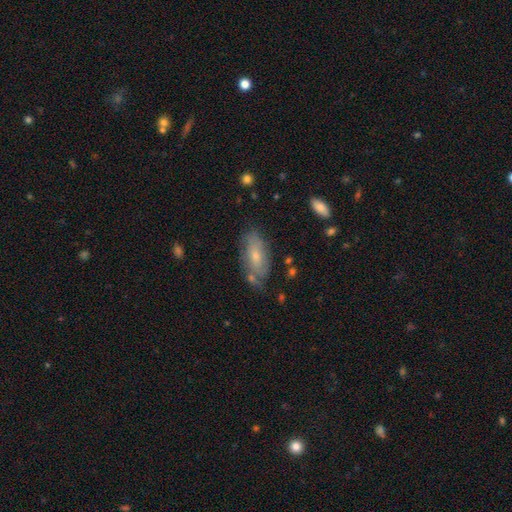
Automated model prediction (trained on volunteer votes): Smooth or featured? Predicted: smooth (p=0.55). How rounded? Predicted: in between (p=0.85). Merging? Predicted: none (p=0.64).